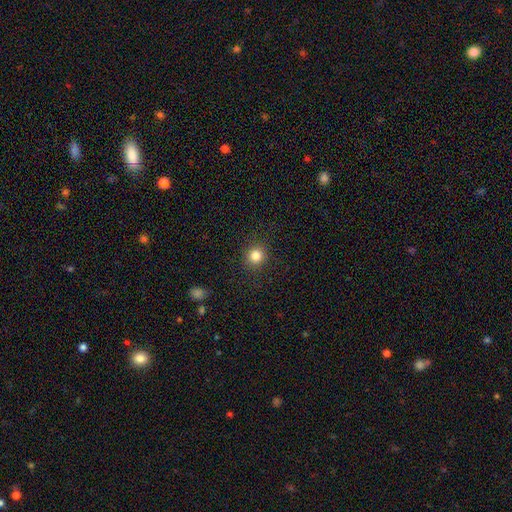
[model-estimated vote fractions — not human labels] Overall: smooth (83%). How rounded: round (89%). Merging: none (90%).